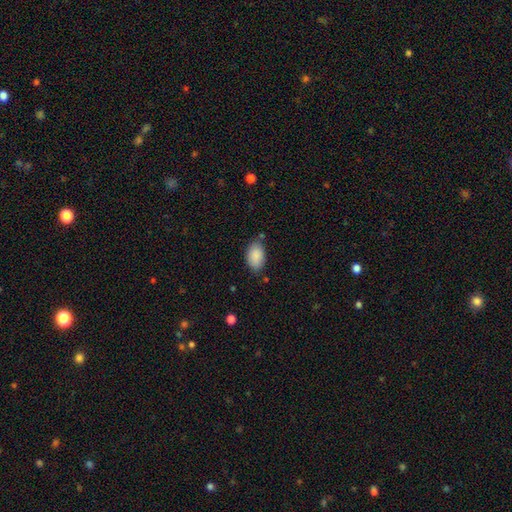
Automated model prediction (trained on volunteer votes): Overall: smooth (89%). How rounded: in between (91%). Merging: none (71%).